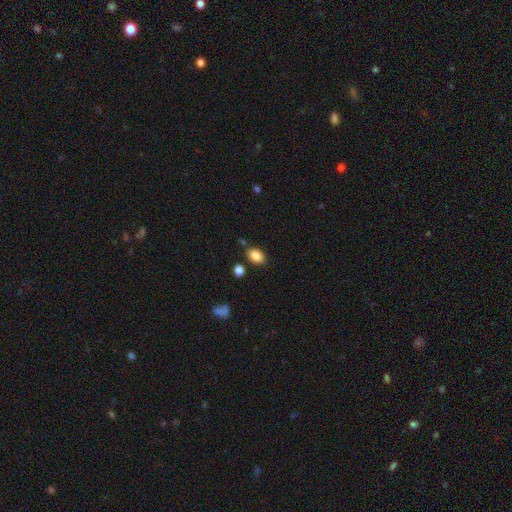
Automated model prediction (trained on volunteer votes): Morphology: type=smooth (86%); roundness=in between (82%); merging=none (79%).